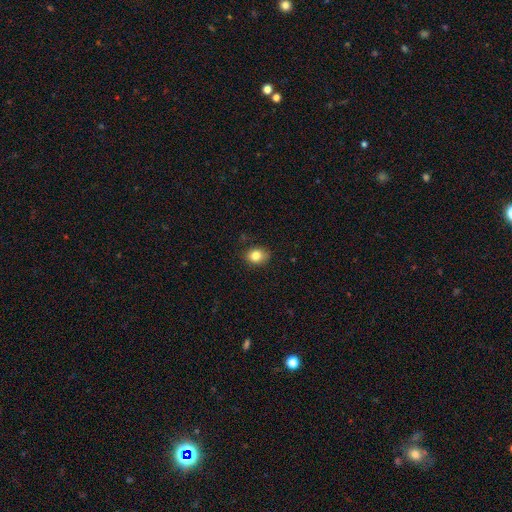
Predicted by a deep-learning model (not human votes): smooth-or-featured: smooth: 83% | star or artifact: 10% | featured or disk: 7%
  how-rounded: in between: 52% | round: 47% | cigar-shaped: 1%
  merging: none: 81% | minor disturbance: 15% | major disturbance: 3% | merger: 1%